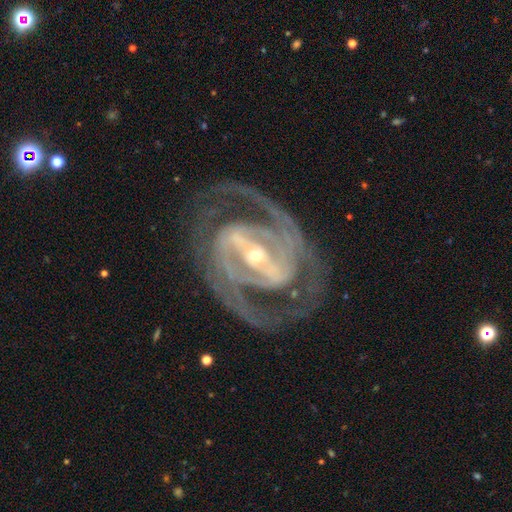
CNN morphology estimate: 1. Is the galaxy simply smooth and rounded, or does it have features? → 92% featured or disk, 5% star or artifact, 4% smooth.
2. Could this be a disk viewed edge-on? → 96% no, 4% yes.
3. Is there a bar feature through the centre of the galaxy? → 69% strong, 22% weak, 8% no.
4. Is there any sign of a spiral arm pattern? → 95% yes, 5% no.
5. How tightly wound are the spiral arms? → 48% tight, 44% medium, 8% loose.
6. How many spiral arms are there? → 82% 2, 6% 3, 5% can't tell, 2% 1, 2% 4, 2% more than 4.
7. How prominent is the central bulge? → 55% small, 40% moderate, 3% large, 1% none, 1% dominant.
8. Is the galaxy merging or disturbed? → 76% none, 13% minor disturbance, 10% major disturbance, 2% merger.